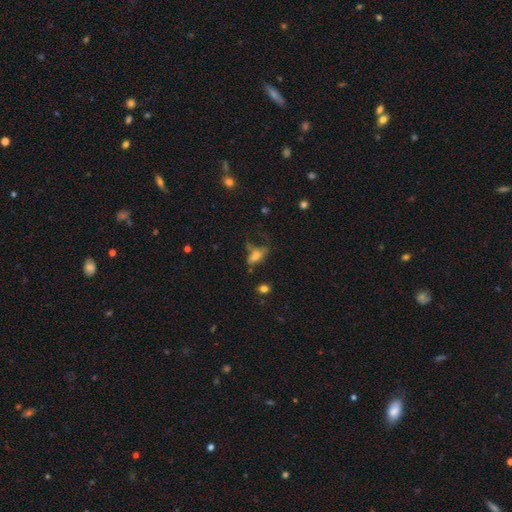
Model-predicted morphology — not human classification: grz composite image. It shows a smooth galaxy with no disk features (62%) that is in between round and cigar-shaped (79%). Merging: none (36%).